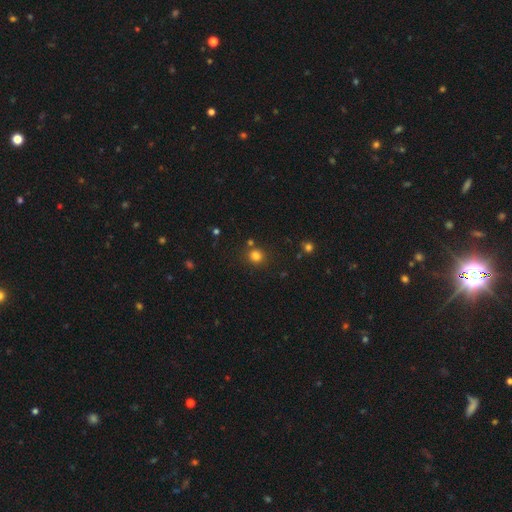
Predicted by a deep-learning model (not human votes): Q: Smooth or featured?
A: smooth (80%); runner-up: star or artifact (15%)
Q: How rounded?
A: round (86%); runner-up: in between (13%)
Q: Merging?
A: none (78%); runner-up: merger (10%)